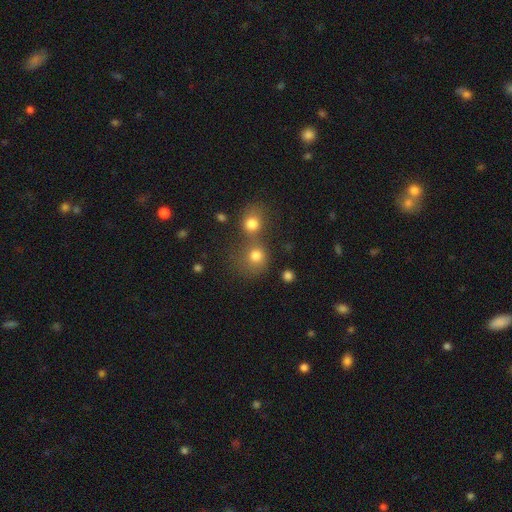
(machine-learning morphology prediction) type=smooth (78%); roundness=round (84%); merging=merger (46%).